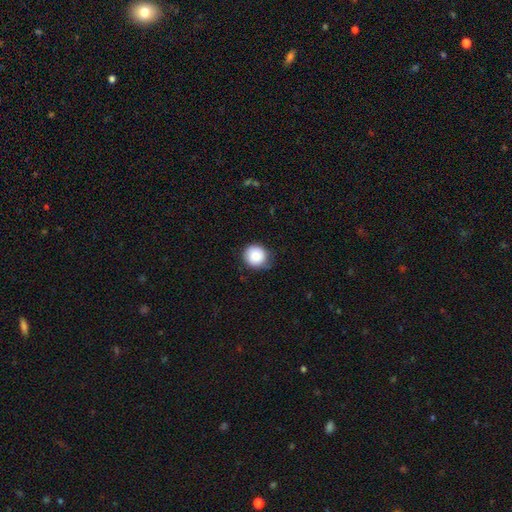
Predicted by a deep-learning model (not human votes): Smooth or featured? Predicted: smooth (p=0.87). How rounded? Predicted: round (p=0.92). Merging? Predicted: none (p=0.73).